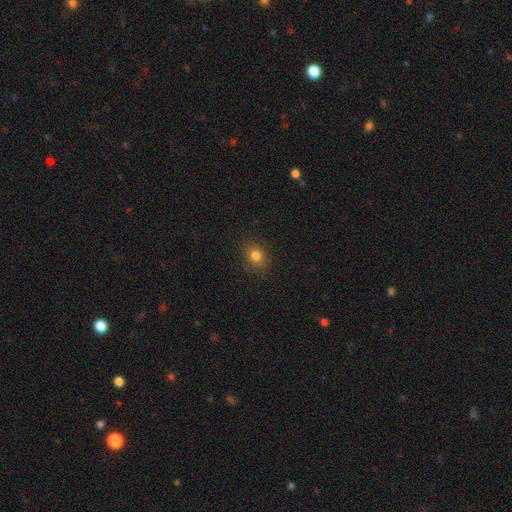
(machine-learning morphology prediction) Smooth or featured: smooth — 80% (star or artifact — 13%)
How rounded: round — 51% (in between — 47%)
Merging: none — 85% (minor disturbance — 11%)